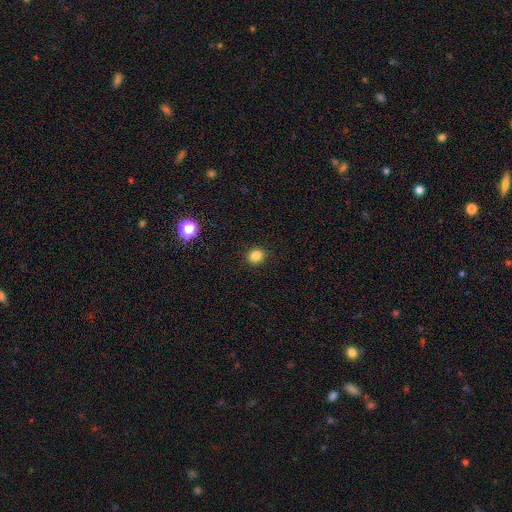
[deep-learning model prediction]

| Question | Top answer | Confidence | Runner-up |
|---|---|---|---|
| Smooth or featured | smooth | 83% | star or artifact (13%) |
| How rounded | round | 74% | in between (25%) |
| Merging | none | 90% | minor disturbance (7%) |